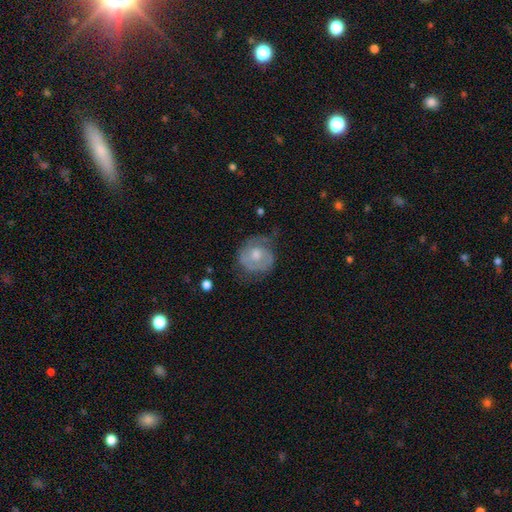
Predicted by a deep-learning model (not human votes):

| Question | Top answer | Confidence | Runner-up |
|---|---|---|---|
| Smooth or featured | featured or disk | 52% | smooth (41%) |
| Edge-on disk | no | 97% | yes (3%) |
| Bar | no | 71% | weak (25%) |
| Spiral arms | yes | 66% | no (34%) |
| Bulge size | moderate | 61% | small (22%) |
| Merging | none | 49% | minor disturbance (30%) |